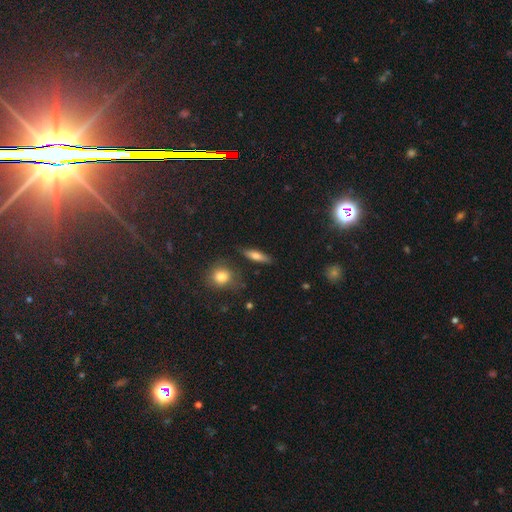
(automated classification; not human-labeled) This appears to be a smooth galaxy with no disk features (66%) that is cigar-shaped (58%). Merging: none (83%).